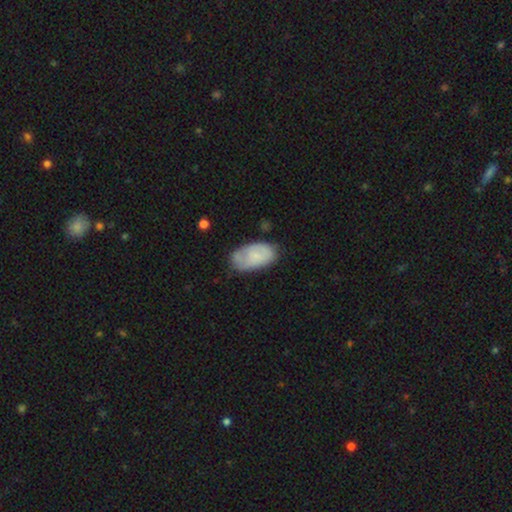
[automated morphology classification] smooth-or-featured: smooth: 64% | featured or disk: 30% | star or artifact: 6%
  how-rounded: in between: 94% | round: 4% | cigar-shaped: 2%
  merging: none: 58% | minor disturbance: 31% | major disturbance: 9% | merger: 3%